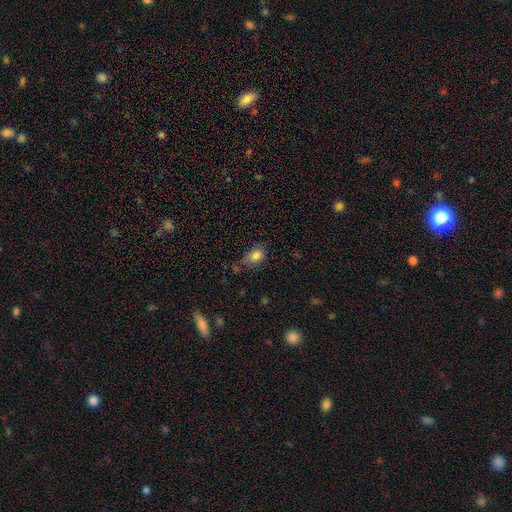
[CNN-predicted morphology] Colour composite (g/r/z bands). It shows a smooth galaxy with no disk features (82%) that is in between round and cigar-shaped (75%). Merging: none (56%).